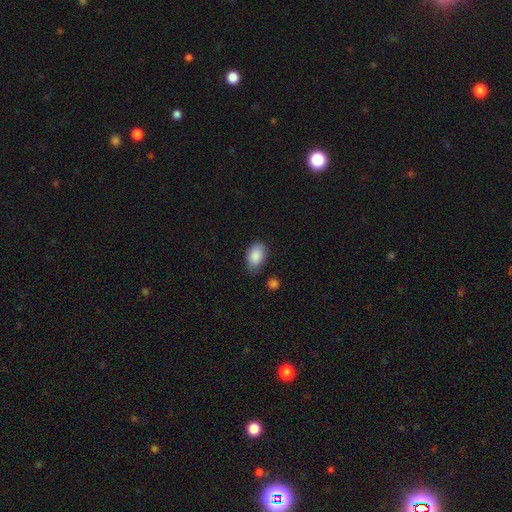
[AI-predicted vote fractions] The model was most divided on "merging": none: 74%, minor disturbance: 19%, major disturbance: 4%, merger: 3%. More confident: how rounded — in between (91%); smooth or featured — smooth (88%).